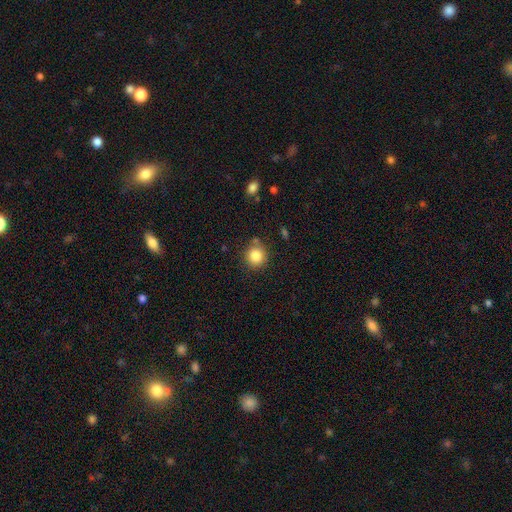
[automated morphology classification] Smooth or featured? Predicted: smooth (p=0.84). How rounded? Predicted: round (p=0.90). Merging? Predicted: none (p=0.80).